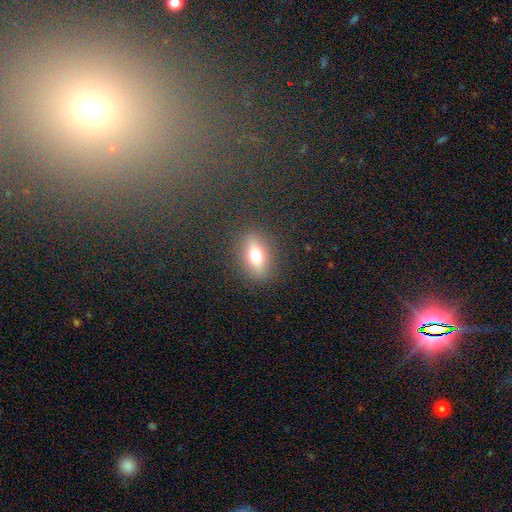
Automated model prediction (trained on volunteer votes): A smooth galaxy with no disk features (65%) that is in between round and cigar-shaped (71%).

Vote fractions:
- Smooth or featured? smooth: 65% / featured or disk: 24% / star or artifact: 11%
- How rounded? in between: 71% / round: 18% / cigar-shaped: 11%
- Merging? none: 86% / minor disturbance: 9% / major disturbance: 4% / merger: 1%